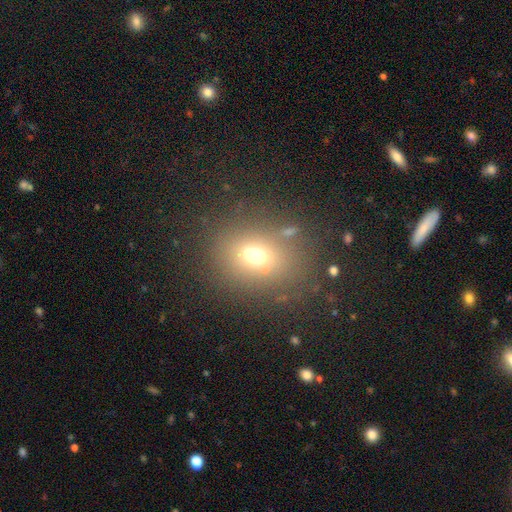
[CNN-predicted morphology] This appears to be a smooth galaxy with no disk features (62%) that is round (50%). Merging: none (62%).